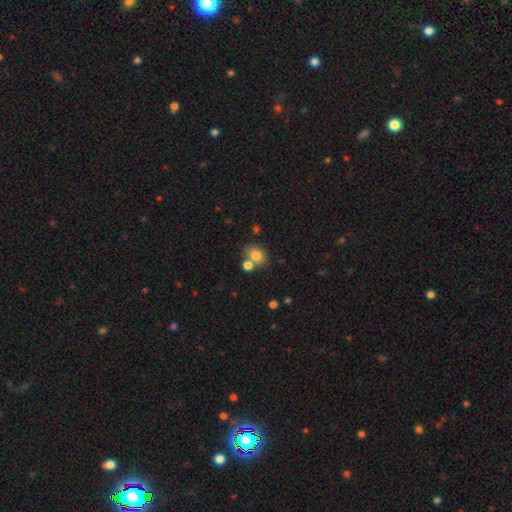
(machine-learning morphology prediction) Smooth or featured? Predicted: smooth (p=0.79). How rounded? Predicted: in between (p=0.63). Merging? Predicted: none (p=0.57).